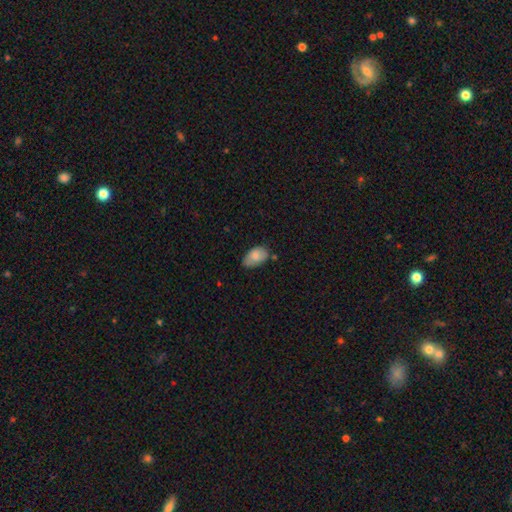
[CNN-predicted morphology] A smooth galaxy with no disk features (77%) that is in between round and cigar-shaped (92%).

Vote fractions:
- Smooth or featured? smooth: 77% / featured or disk: 16% / star or artifact: 7%
- How rounded? in between: 92% / round: 6% / cigar-shaped: 1%
- Merging? none: 62% / minor disturbance: 30% / major disturbance: 5% / merger: 4%